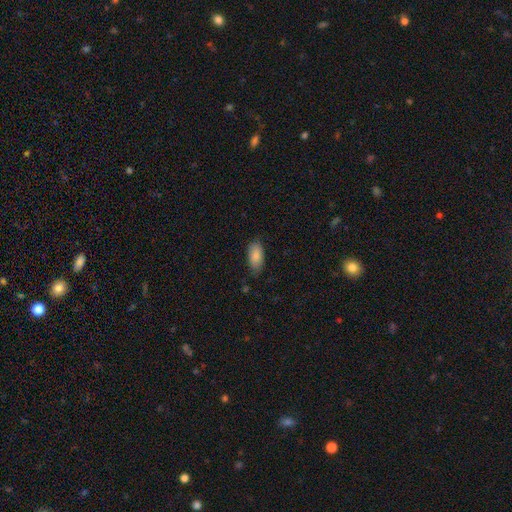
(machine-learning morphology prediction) This is clearly a smooth galaxy (86%). How rounded: clearly in between (92%). Merging: likely none (76%).